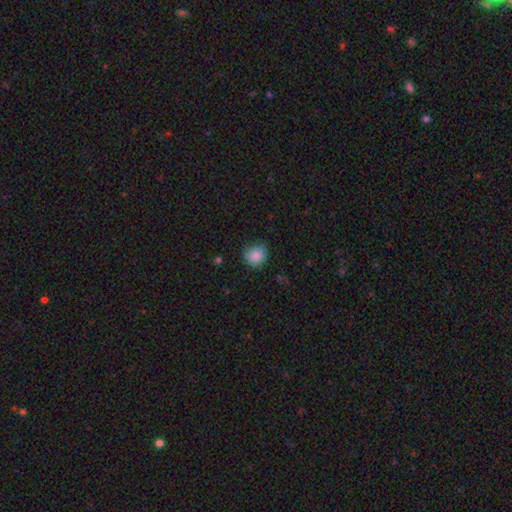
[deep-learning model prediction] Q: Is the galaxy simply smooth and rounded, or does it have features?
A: smooth — 86%.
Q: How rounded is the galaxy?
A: round — 78%.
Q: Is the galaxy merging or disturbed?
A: none — 65%.